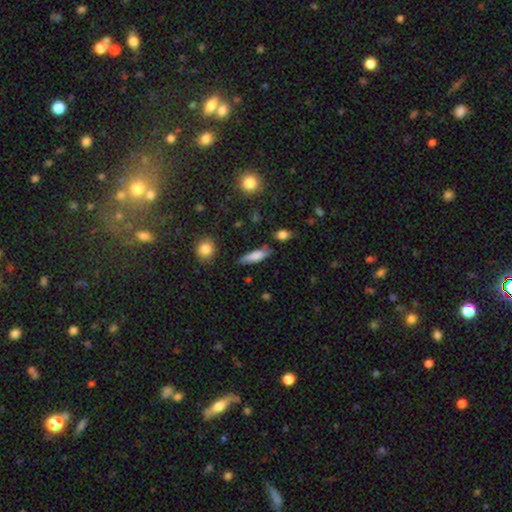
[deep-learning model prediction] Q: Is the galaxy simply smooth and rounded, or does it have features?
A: smooth — 79%.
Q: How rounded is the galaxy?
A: cigar-shaped — 53%.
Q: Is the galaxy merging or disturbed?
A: none — 70%.